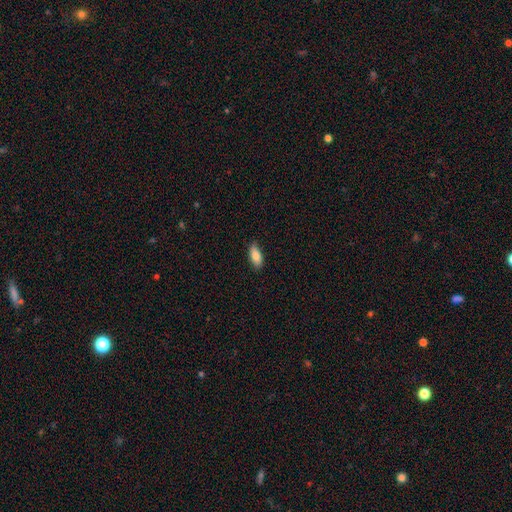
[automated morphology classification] This appears to be a smooth galaxy with no disk features (84%) that is in between round and cigar-shaped (85%). Merging: none (82%).